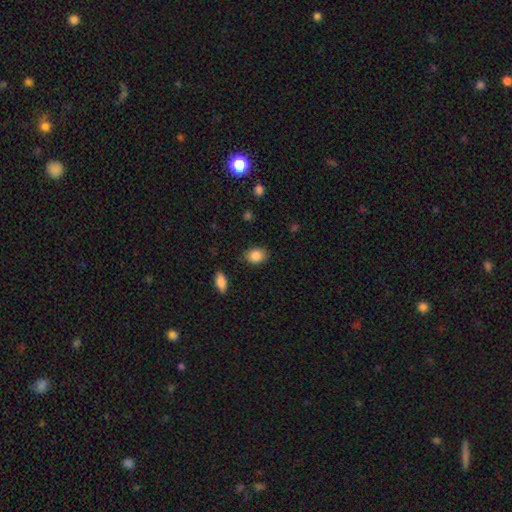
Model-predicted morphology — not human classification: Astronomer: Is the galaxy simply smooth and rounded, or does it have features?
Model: smooth — 86%.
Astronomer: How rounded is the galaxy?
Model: in between — 66%.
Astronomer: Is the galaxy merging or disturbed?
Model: none — 84%.